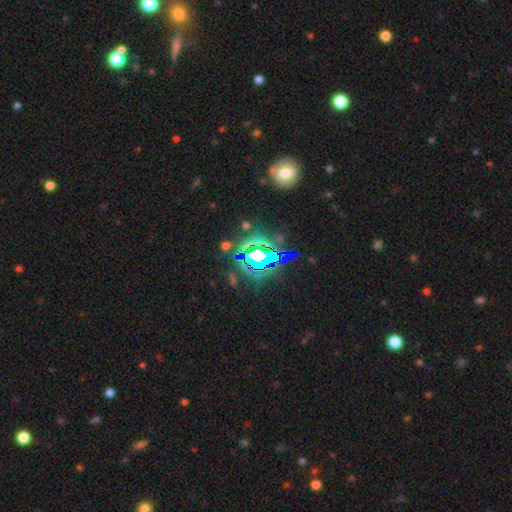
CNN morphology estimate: Smooth or featured?
  - star or artifact: 80% *
  - smooth: 10%
  - featured or disk: 10%